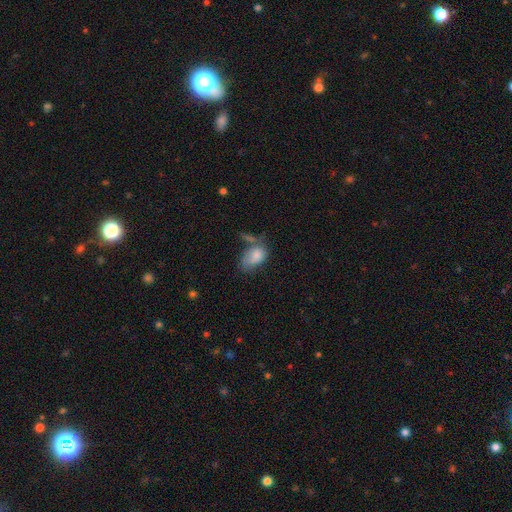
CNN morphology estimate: This appears to be a smooth galaxy with no disk features (78%) that is in between round and cigar-shaped (89%). Merging: none (33%).